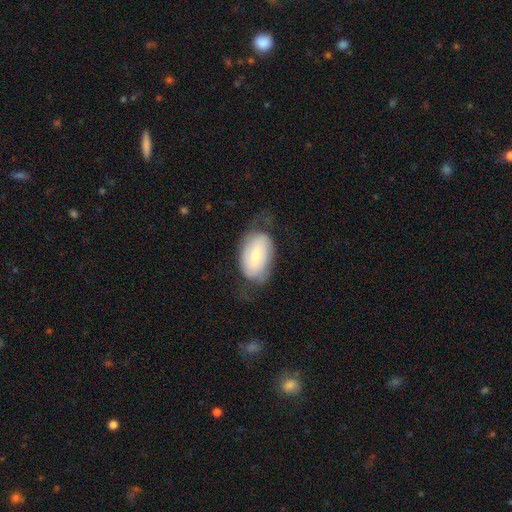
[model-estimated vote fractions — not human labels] Smooth or featured: featured or disk — 53% (smooth — 40%)
Edge-on disk: no — 93% (yes — 7%)
Merging: none — 56% (minor disturbance — 26%)